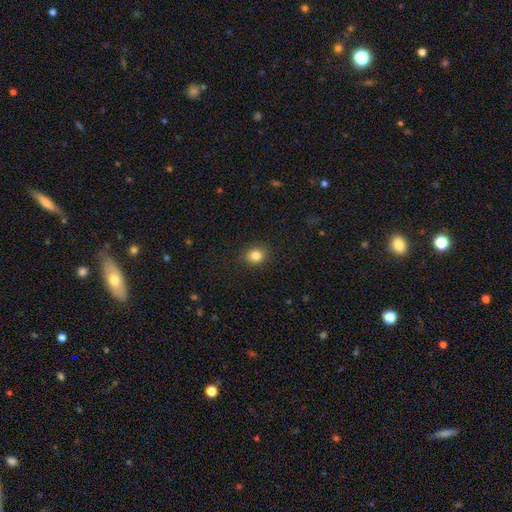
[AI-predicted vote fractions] smooth_or_featured: smooth (p=0.84) [alt: star or artifact p=0.11]
how_rounded: round (p=0.63) [alt: in between p=0.36]
merging: none (p=0.88) [alt: minor disturbance p=0.08]